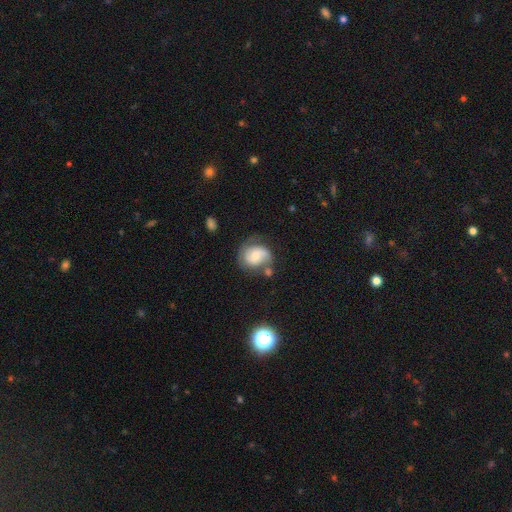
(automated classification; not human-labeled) This appears to be a featured or disk galaxy (57%) with no bar (64%), spiral arms (83%) and a moderate central bulge (47%). Merging: none (48%).